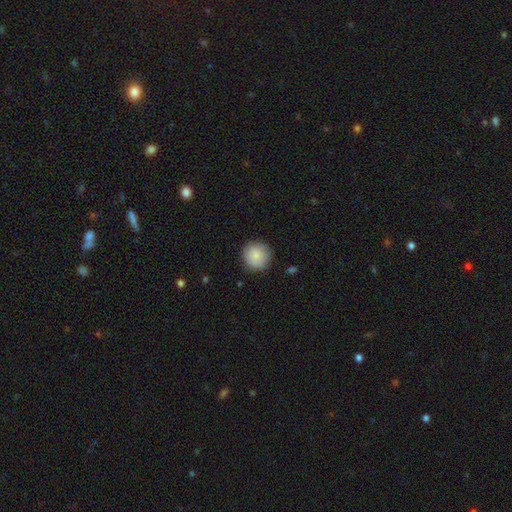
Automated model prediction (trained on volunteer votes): Smooth or featured: smooth — 87% (star or artifact — 7%)
How rounded: round — 93% (in between — 6%)
Merging: none — 87% (minor disturbance — 10%)